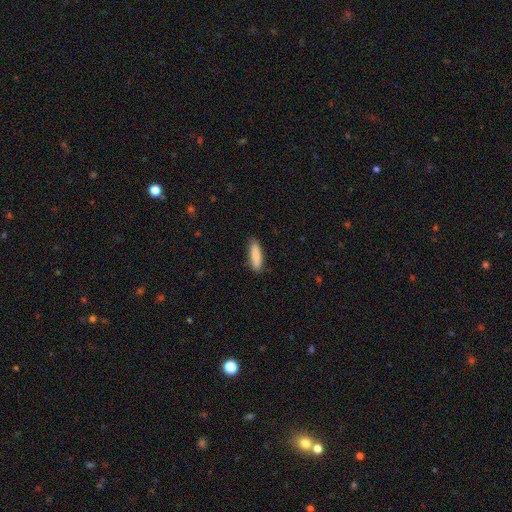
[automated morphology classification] This appears to be a smooth galaxy with no disk features (85%) that is cigar-shaped (55%). Merging: none (85%).